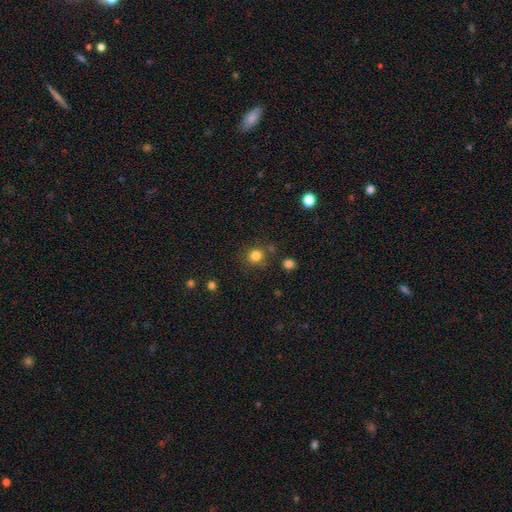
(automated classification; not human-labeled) Overall: smooth (82%). How rounded: round (87%). Merging: none (80%).